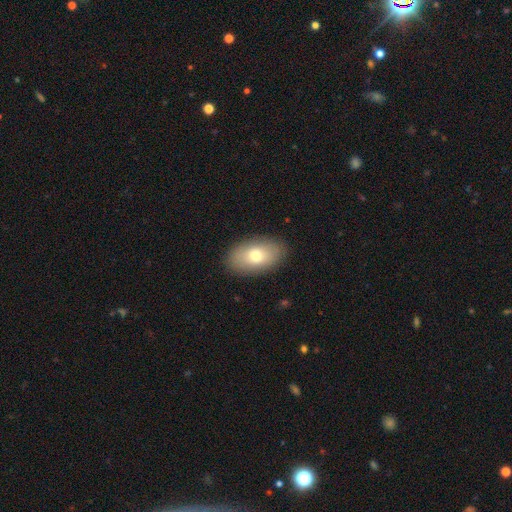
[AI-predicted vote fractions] smooth_or_featured: smooth (p=0.73) [alt: featured or disk p=0.19]
how_rounded: in between (p=0.92) [alt: round p=0.07]
merging: none (p=0.88) [alt: minor disturbance p=0.09]